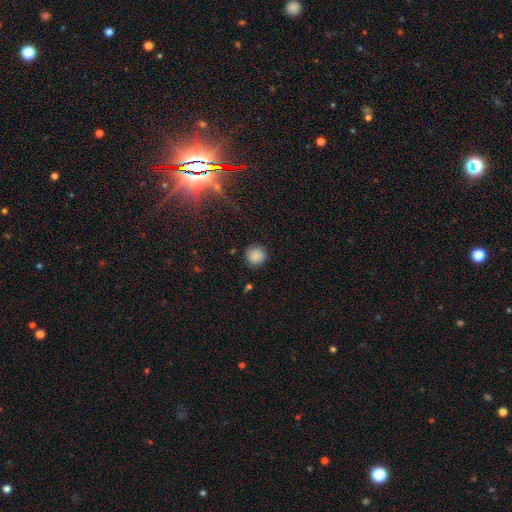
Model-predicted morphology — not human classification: smooth_or_featured: smooth (p=0.85) [alt: star or artifact p=0.10]
how_rounded: round (p=0.93) [alt: in between p=0.06]
merging: none (p=0.86) [alt: minor disturbance p=0.09]